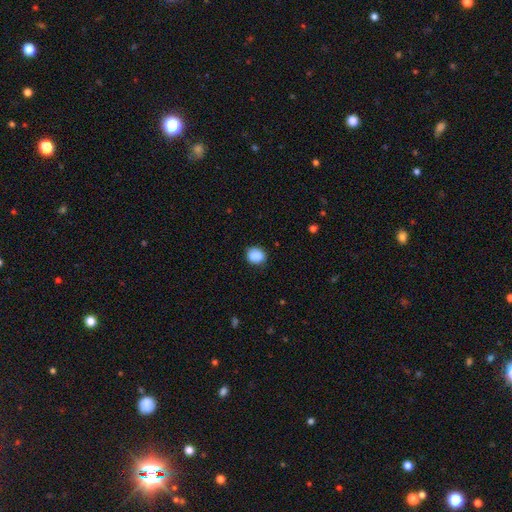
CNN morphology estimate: Q: Smooth or featured?
A: smooth (88%); runner-up: star or artifact (8%)
Q: How rounded?
A: round (62%); runner-up: in between (37%)
Q: Merging?
A: none (82%); runner-up: minor disturbance (14%)